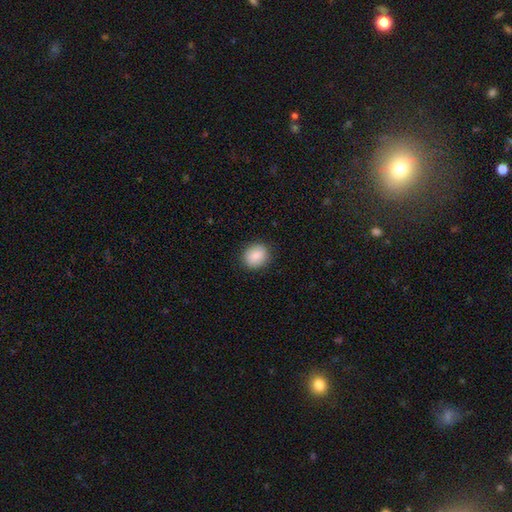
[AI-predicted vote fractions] Smooth or featured? smooth (87%)
How rounded? round (74%)
Merging? none (89%)